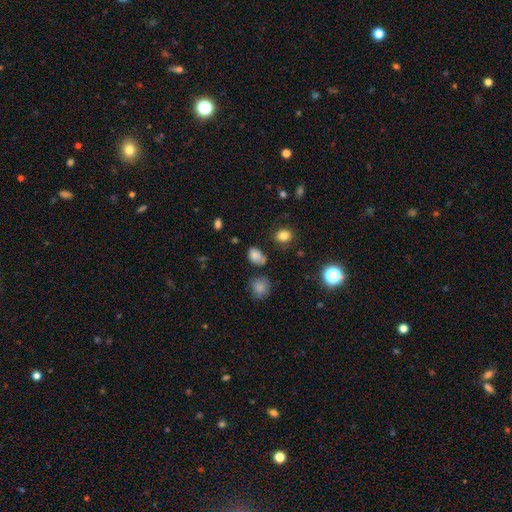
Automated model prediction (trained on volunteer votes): Smooth or featured: smooth — 77% (star or artifact — 16%)
How rounded: in between — 69% (round — 29%)
Merging: none — 60% (minor disturbance — 24%)